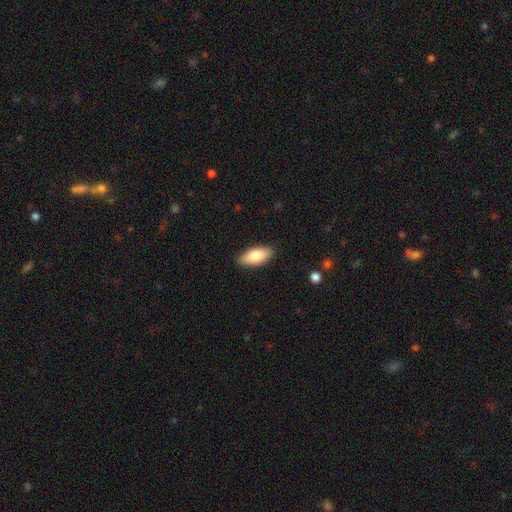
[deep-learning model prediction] Smooth or featured? smooth (81%)
How rounded? in between (85%)
Merging? none (88%)